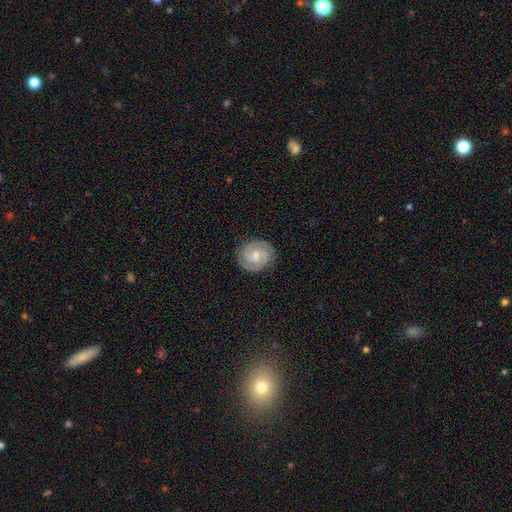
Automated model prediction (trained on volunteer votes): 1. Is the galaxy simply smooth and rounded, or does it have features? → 86% featured or disk, 9% smooth, 5% star or artifact.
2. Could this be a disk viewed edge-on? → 98% no, 2% yes.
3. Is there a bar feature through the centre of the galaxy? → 47% weak, 42% no, 11% strong.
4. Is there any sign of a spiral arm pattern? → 98% yes, 2% no.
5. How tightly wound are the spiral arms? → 67% tight, 29% medium, 4% loose.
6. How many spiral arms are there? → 88% 2, 5% 3, 4% can't tell, 1% 1, 1% 4, 1% more than 4.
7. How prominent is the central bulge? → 56% moderate, 38% small, 3% none, 3% large, 1% dominant.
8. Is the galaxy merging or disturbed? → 85% none, 11% minor disturbance, 3% major disturbance, 1% merger.